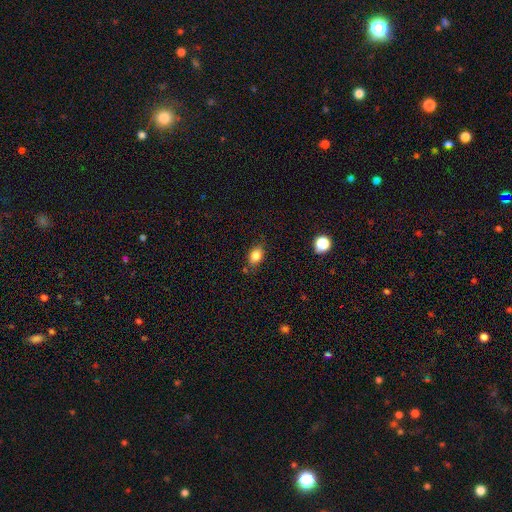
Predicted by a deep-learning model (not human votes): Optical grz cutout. It shows a smooth galaxy with no disk features (83%) that is in between round and cigar-shaped (75%). Merging: none (77%).